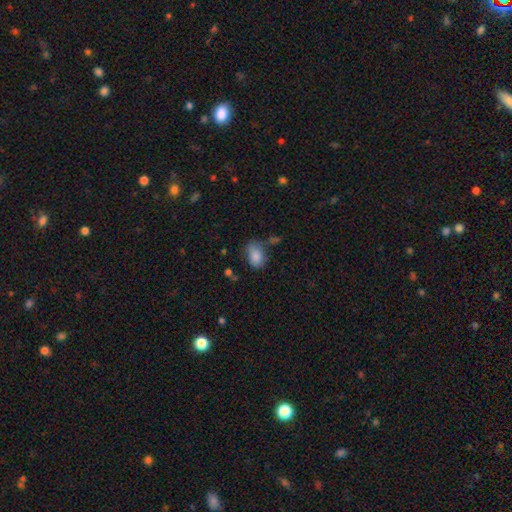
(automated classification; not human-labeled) Morphology: type=smooth (85%); roundness=in between (80%); merging=none (56%).